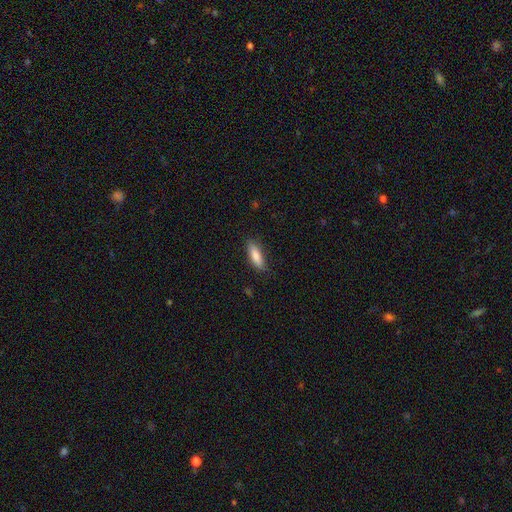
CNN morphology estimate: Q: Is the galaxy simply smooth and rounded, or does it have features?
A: smooth — 83%.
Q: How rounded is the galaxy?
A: cigar-shaped — 51%.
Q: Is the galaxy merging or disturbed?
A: none — 84%.